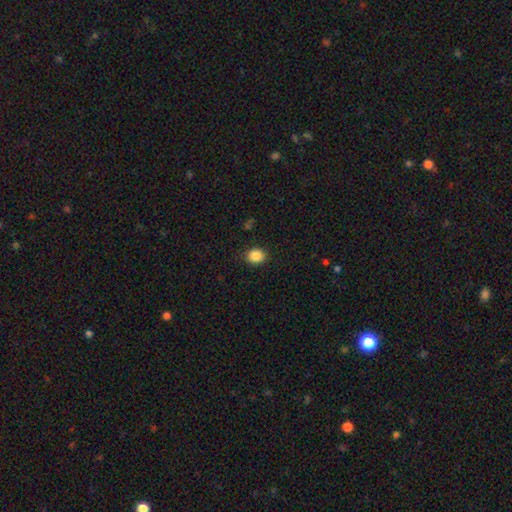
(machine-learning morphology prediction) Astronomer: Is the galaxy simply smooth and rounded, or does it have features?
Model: smooth — 86%.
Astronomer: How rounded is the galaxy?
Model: round — 67%.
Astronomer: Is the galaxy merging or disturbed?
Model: none — 88%.